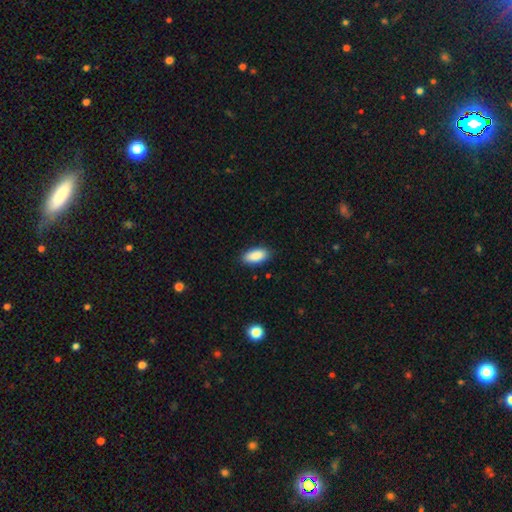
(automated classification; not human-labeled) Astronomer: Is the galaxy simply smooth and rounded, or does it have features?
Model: smooth — 90%.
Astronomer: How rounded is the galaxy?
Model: in between — 91%.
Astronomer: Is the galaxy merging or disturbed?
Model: none — 87%.